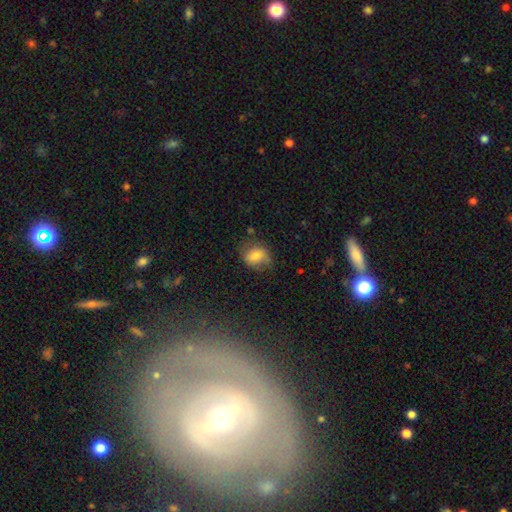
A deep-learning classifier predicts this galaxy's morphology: Smooth or featured: smooth — 68% (featured or disk — 23%)
How rounded: in between — 58% (round — 41%)
Merging: none — 60% (minor disturbance — 27%)